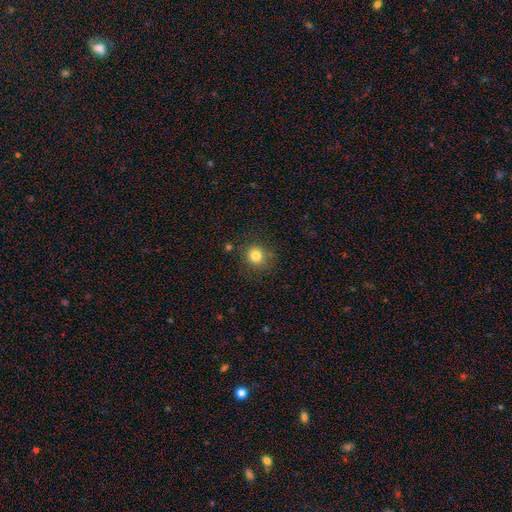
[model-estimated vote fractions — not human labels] smooth_or_featured: smooth (p=0.82) [alt: star or artifact p=0.12]
how_rounded: round (p=0.88) [alt: in between p=0.12]
merging: none (p=0.83) [alt: minor disturbance p=0.11]